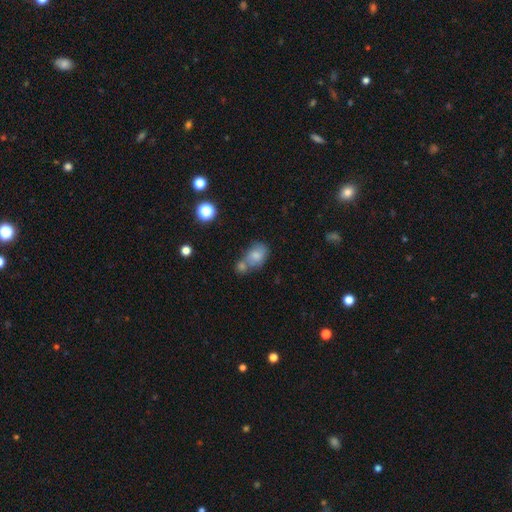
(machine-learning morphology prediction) The model was most divided on "merging": merger: 48%, none: 32%, minor disturbance: 14%, major disturbance: 6%. More confident: how rounded — in between (76%); smooth or featured — smooth (75%).